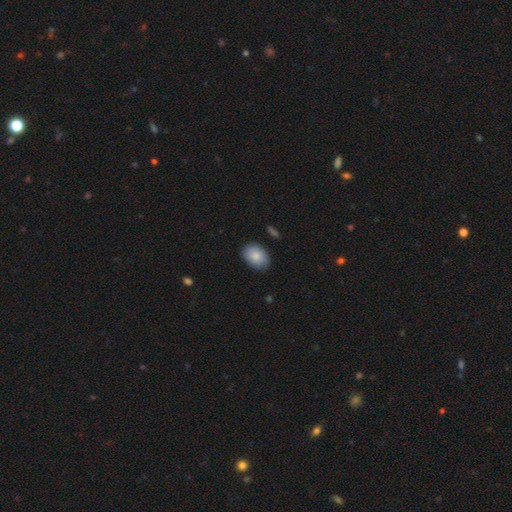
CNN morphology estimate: This is clearly a smooth galaxy (84%). How rounded: likely in between (79%). Merging: likely none (78%).